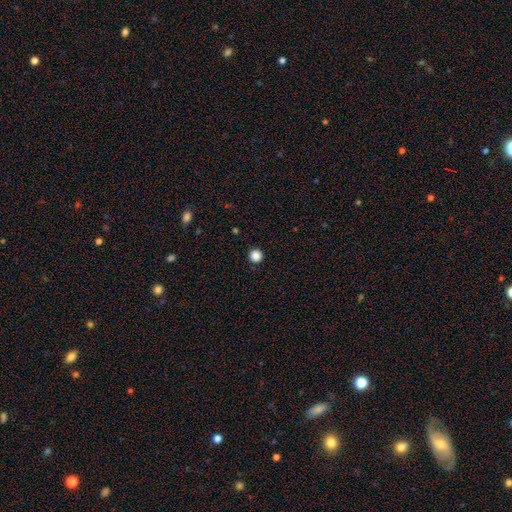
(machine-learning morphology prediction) Smooth or featured? Predicted: smooth (p=0.86). How rounded? Predicted: round (p=0.96). Merging? Predicted: none (p=0.93).